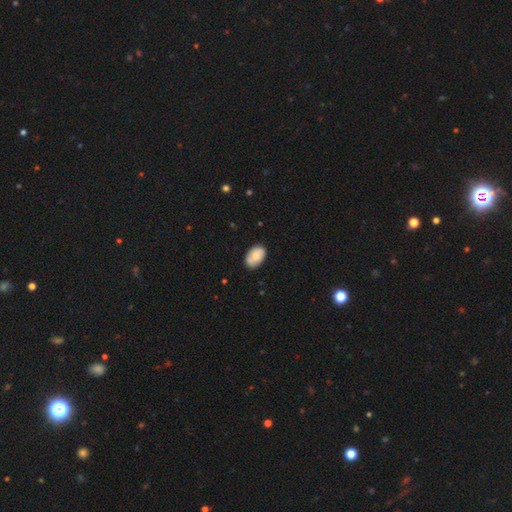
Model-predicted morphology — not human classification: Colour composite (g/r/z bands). It shows a smooth galaxy with no disk features (81%) that is in between round and cigar-shaped (88%). Merging: none (76%).